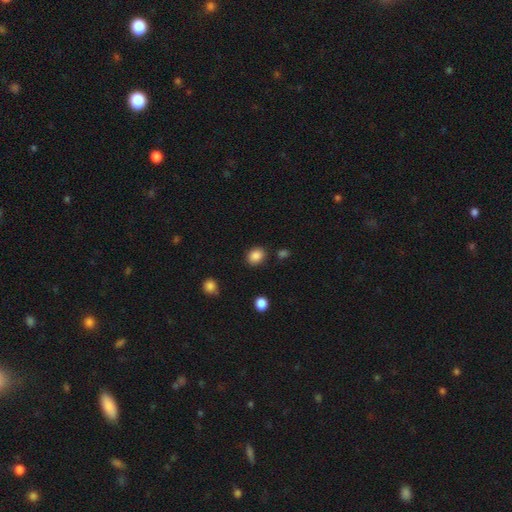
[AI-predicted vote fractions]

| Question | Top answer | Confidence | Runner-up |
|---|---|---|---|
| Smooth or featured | smooth | 87% | star or artifact (9%) |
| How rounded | round | 57% | in between (42%) |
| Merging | none | 83% | minor disturbance (10%) |